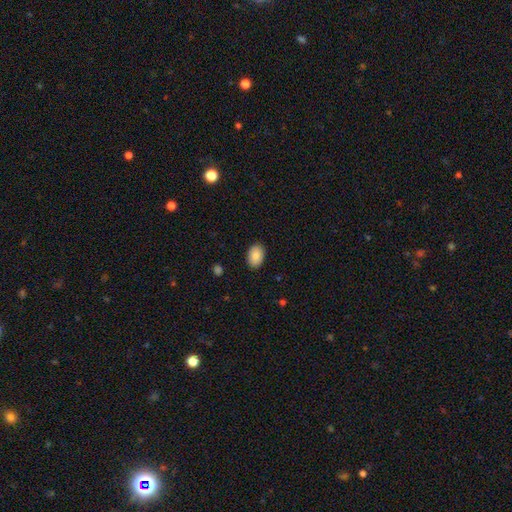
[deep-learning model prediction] This is clearly a smooth galaxy (88%). How rounded: clearly in between (88%). Merging: clearly none (89%).